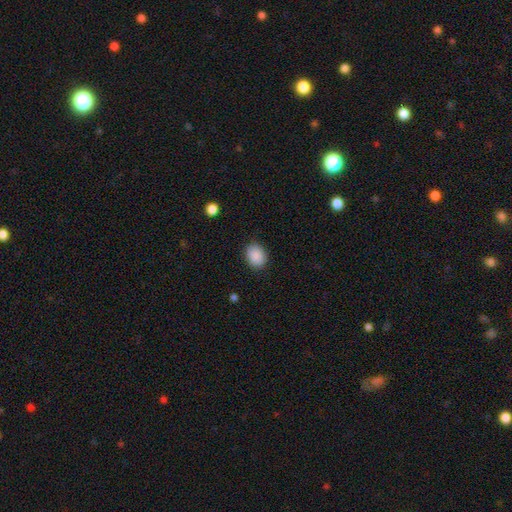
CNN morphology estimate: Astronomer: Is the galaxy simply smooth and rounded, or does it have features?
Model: smooth — 90%.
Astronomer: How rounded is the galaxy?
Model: in between — 63%.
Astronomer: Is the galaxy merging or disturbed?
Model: none — 87%.